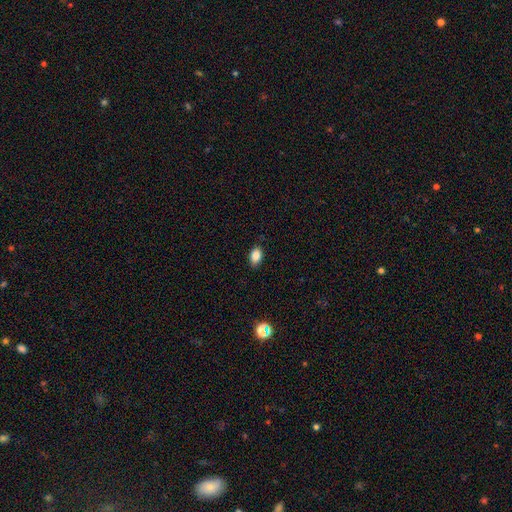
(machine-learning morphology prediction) type=smooth (85%); roundness=in between (84%); merging=none (85%).